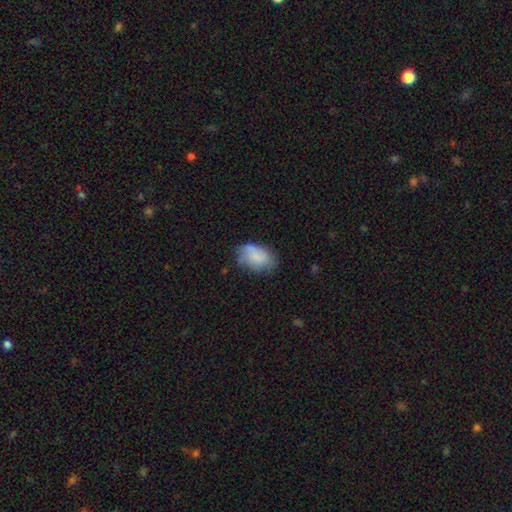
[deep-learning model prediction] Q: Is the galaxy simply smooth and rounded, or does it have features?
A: smooth — 74%.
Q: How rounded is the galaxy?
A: in between — 88%.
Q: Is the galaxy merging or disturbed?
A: none — 53%.